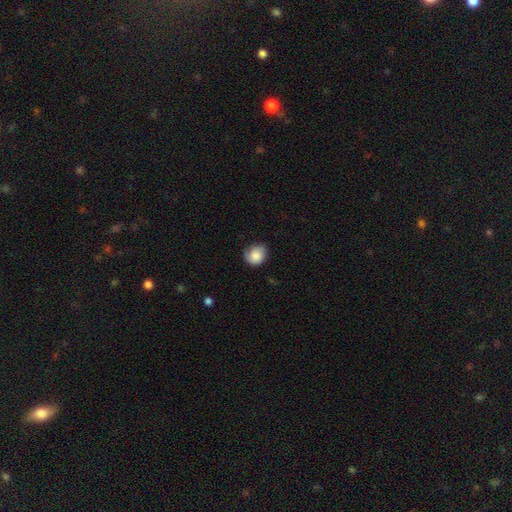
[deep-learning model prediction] The model was most divided on "merging": none: 68%, minor disturbance: 26%, major disturbance: 5%, merger: 1%. More confident: smooth or featured — smooth (83%); how rounded — round (74%).